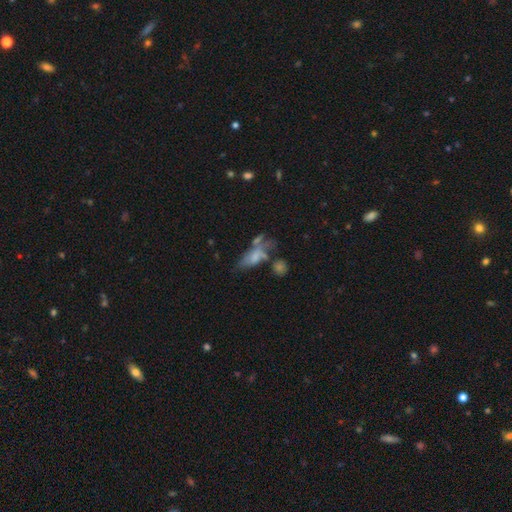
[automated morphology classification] The model was most divided on "merging" (2-way tie): merger: 29%, none: 29%, major disturbance: 22%, minor disturbance: 20%. More confident: how rounded — in between (77%); smooth or featured — smooth (58%).